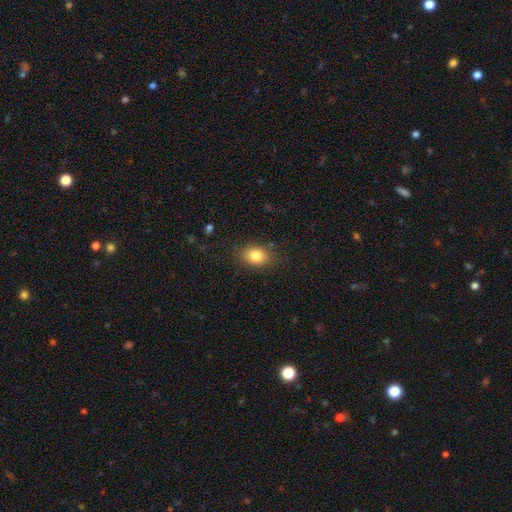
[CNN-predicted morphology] smooth_or_featured: smooth (p=0.84) [alt: star or artifact p=0.09]
how_rounded: in between (p=0.71) [alt: round p=0.27]
merging: none (p=0.84) [alt: minor disturbance p=0.11]